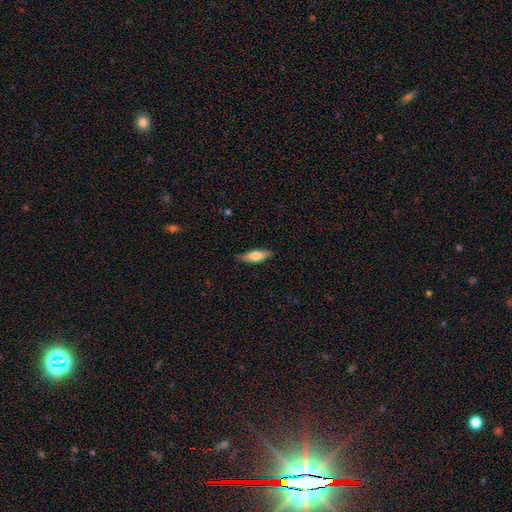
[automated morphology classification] Smooth or featured? Predicted: smooth (p=0.69). How rounded? Predicted: in between (p=0.55). Merging? Predicted: none (p=0.79).